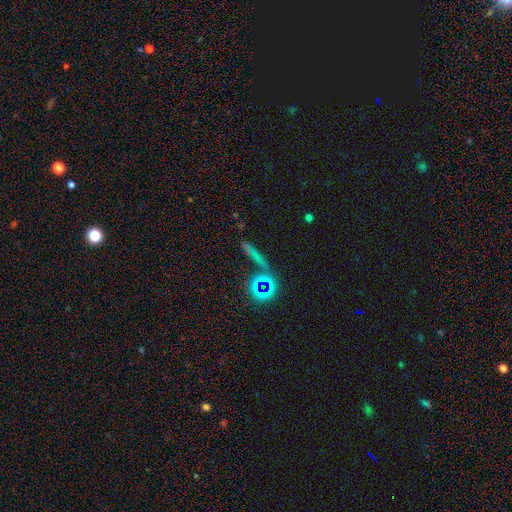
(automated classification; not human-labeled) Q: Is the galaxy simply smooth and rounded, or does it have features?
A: star or artifact — 52%.